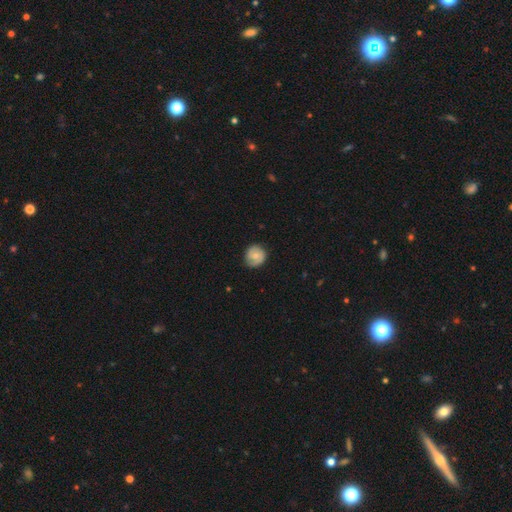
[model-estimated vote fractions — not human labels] A smooth galaxy with no disk features (59%) that is round (86%).

Vote fractions:
- Smooth or featured? smooth: 59% / featured or disk: 34% / star or artifact: 7%
- How rounded? round: 86% / in between: 13% / cigar-shaped: 1%
- Merging? none: 76% / minor disturbance: 20% / major disturbance: 4% / merger: 1%